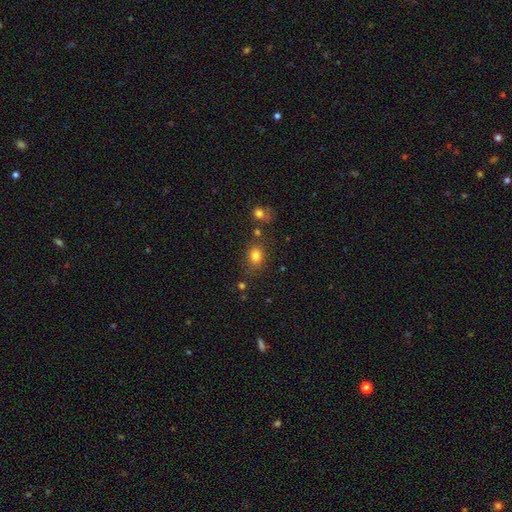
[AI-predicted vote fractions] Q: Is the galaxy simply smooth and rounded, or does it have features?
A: smooth — 80%.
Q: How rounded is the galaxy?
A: round — 59%.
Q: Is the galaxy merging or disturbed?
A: none — 73%.